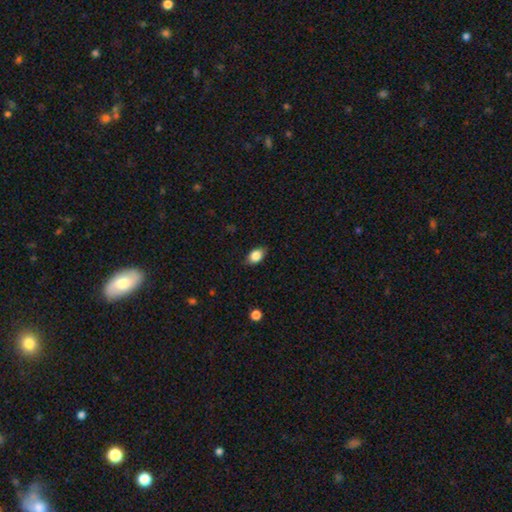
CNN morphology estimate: Smooth or featured? smooth (84%)
How rounded? in between (80%)
Merging? none (82%)